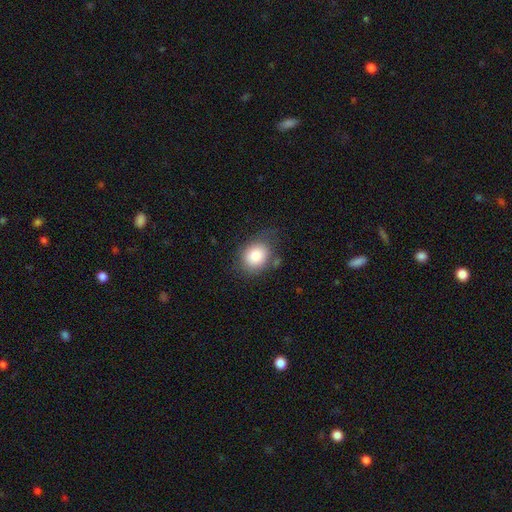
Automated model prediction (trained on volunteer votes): Overall: smooth (83%). How rounded: round (51%; in between 48%). Merging: none (62%; minor disturbance 24%).